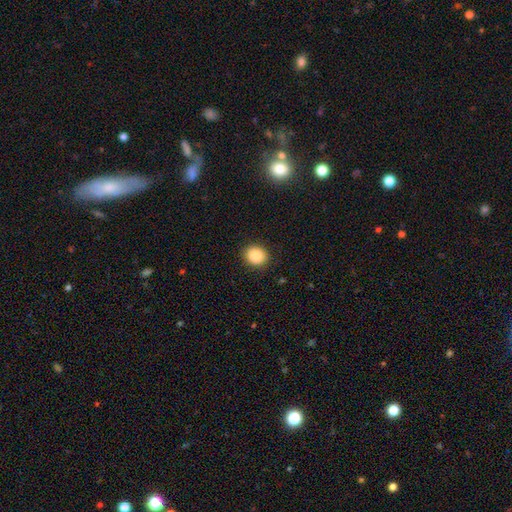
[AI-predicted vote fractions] This appears to be a smooth galaxy with no disk features (87%) that is round (74%). Merging: none (90%).